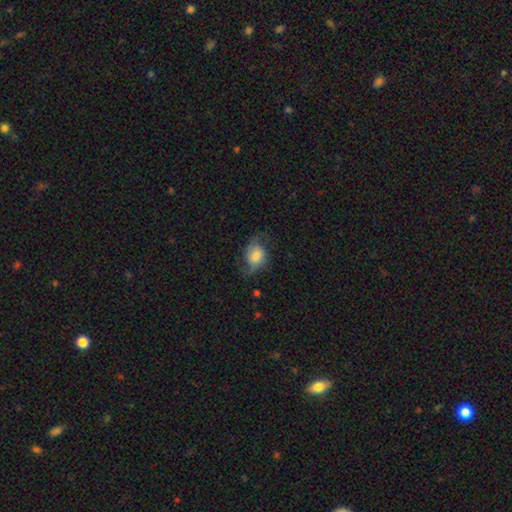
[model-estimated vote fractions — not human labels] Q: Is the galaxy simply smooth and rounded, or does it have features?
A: featured or disk — 50%.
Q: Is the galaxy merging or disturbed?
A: none — 59%.